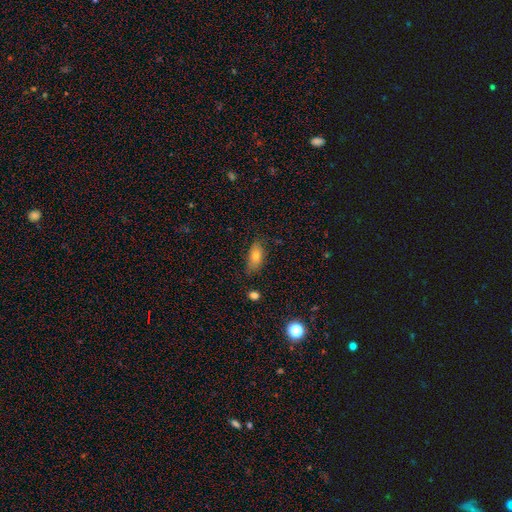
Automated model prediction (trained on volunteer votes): This is likely a smooth galaxy (72%). How rounded: clearly in between (83%). Merging: likely none (72%).